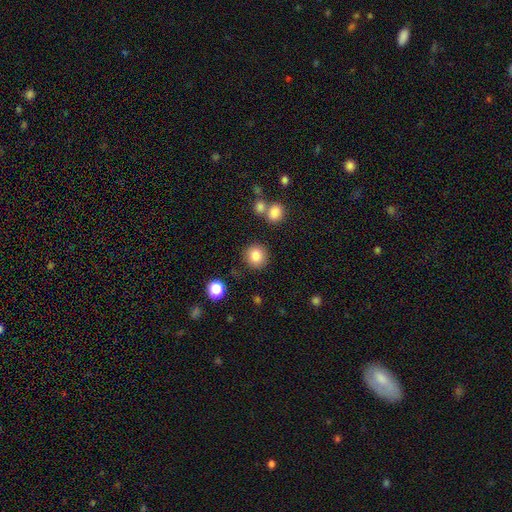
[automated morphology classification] A smooth galaxy with no disk features (85%) that is round (90%).

Vote fractions:
- Smooth or featured? smooth: 85% / star or artifact: 10% / featured or disk: 6%
- How rounded? round: 90% / in between: 10% / cigar-shaped: 1%
- Merging? none: 85% / minor disturbance: 8% / merger: 4% / major disturbance: 3%